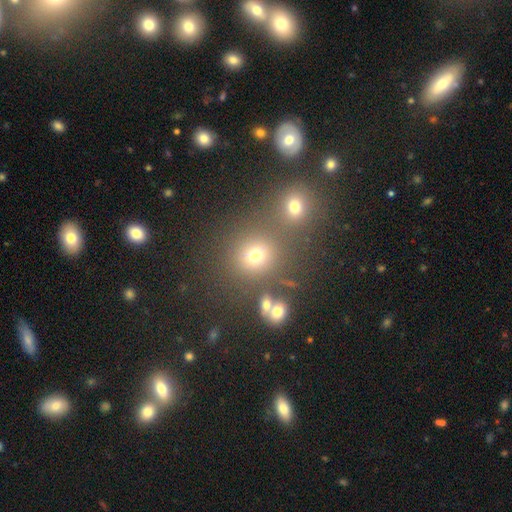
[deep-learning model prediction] Smooth or featured?
  - smooth: 71% *
  - star or artifact: 21%
  - featured or disk: 8%
How rounded?
  - round: 82% *
  - in between: 17%
  - cigar-shaped: 1%
Merging?
  - none: 67% *
  - merger: 20%
  - minor disturbance: 8%
  - major disturbance: 4%